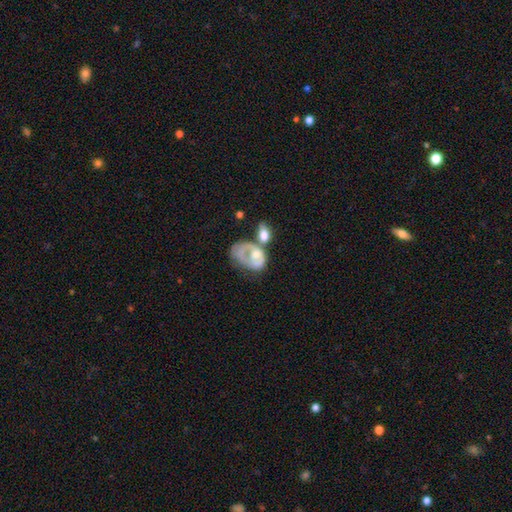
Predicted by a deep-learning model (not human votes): Smooth or featured? featured or disk (52%)
Edge-on disk? no (95%)
Merging? merger (37%)